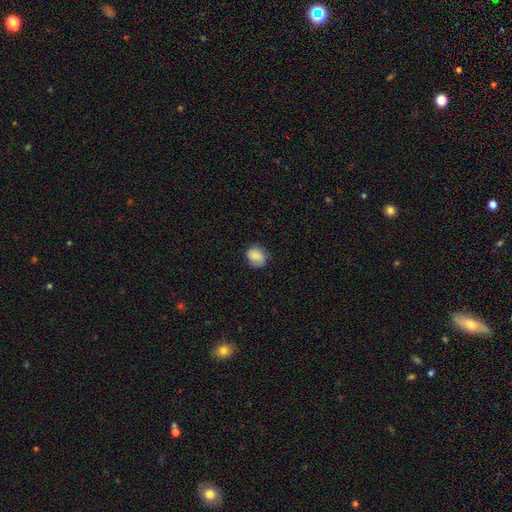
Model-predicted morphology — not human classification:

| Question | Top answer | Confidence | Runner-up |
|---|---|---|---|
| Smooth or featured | smooth | 80% | featured or disk (12%) |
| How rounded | round | 68% | in between (31%) |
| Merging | none | 75% | minor disturbance (19%) |